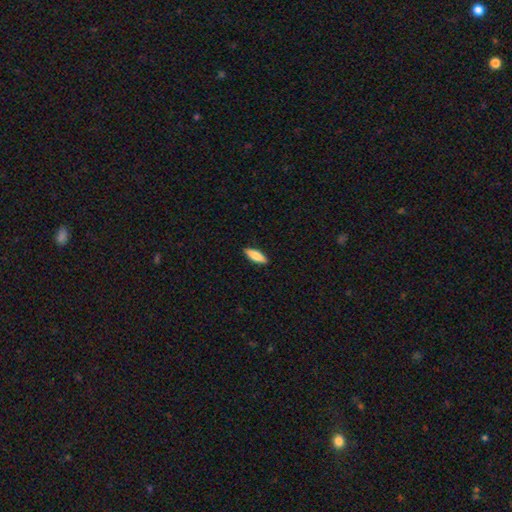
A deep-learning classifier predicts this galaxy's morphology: This is likely a smooth galaxy (76%). How rounded: possibly in between (51%). Merging: clearly none (90%).